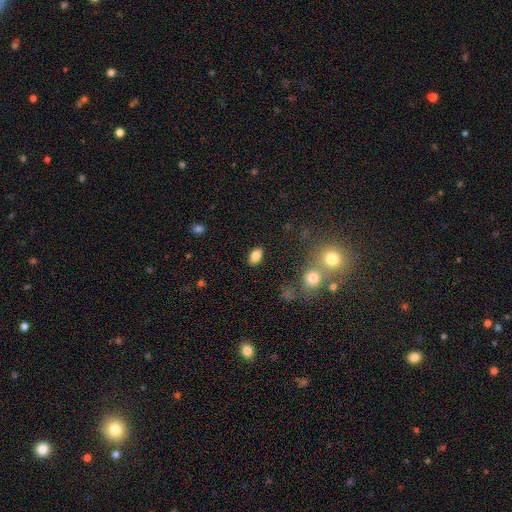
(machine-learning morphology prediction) Smooth or featured?
  - smooth: 83% *
  - star or artifact: 9%
  - featured or disk: 8%
How rounded?
  - in between: 89% *
  - round: 9%
  - cigar-shaped: 3%
Merging?
  - none: 86% *
  - minor disturbance: 9%
  - major disturbance: 3%
  - merger: 2%